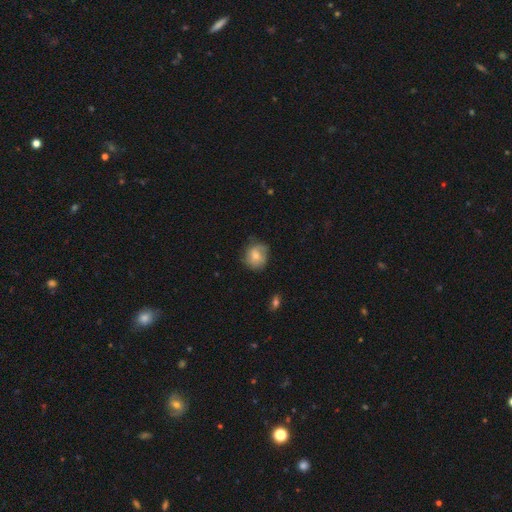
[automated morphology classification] This appears to be a smooth galaxy with no disk features (58%) that is round (75%). Merging: none (64%).